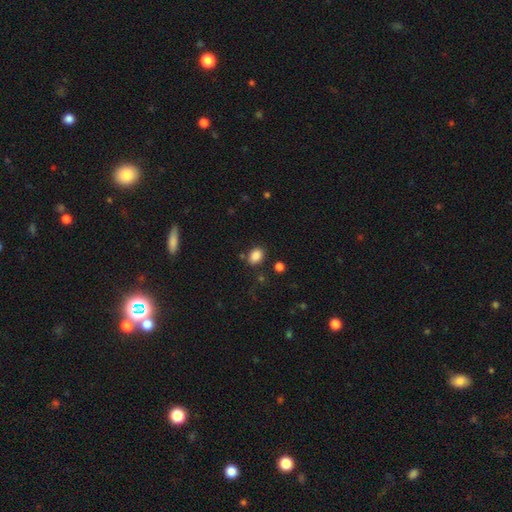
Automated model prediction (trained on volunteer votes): This is clearly a smooth galaxy (86%). How rounded: likely in between (74%). Merging: likely none (80%).